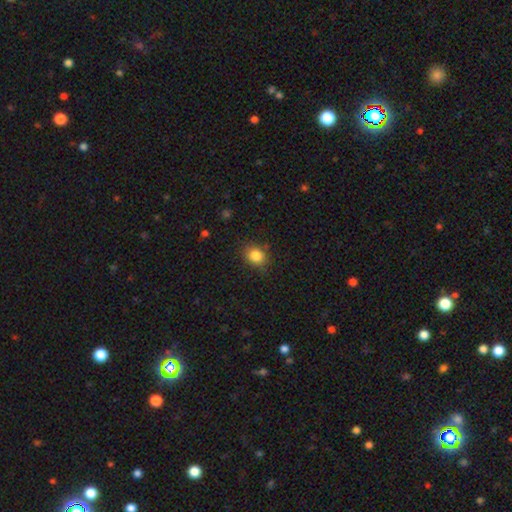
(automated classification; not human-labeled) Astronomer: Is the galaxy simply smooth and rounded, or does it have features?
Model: smooth — 84%.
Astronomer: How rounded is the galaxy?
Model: round — 57% (runner-up: in between, 42%).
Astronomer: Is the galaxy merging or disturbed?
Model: none — 81%.